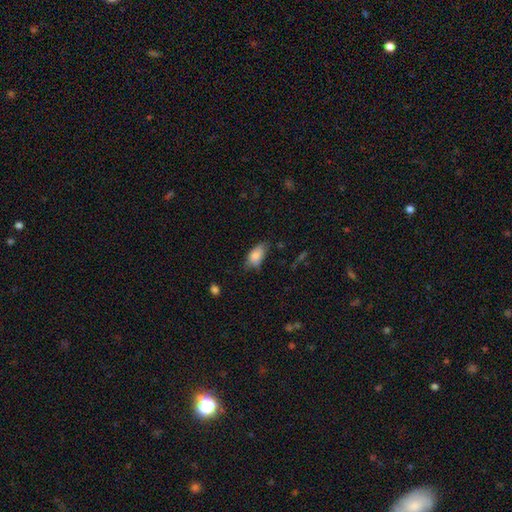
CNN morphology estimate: This is clearly a smooth galaxy (82%). How rounded: clearly in between (91%). Merging: likely none (60%).